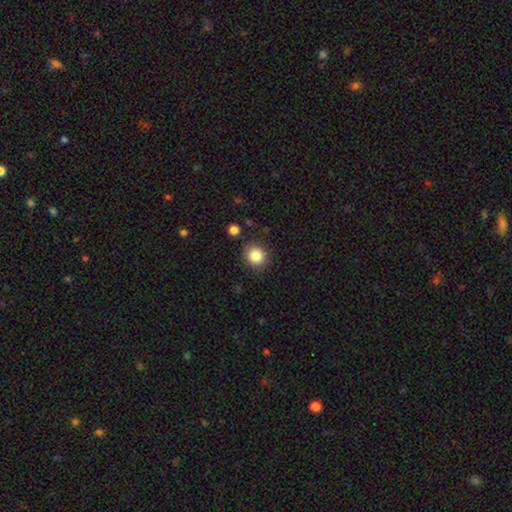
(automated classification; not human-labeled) smooth_or_featured: smooth (p=0.85) [alt: star or artifact p=0.10]
how_rounded: round (p=0.84) [alt: in between p=0.15]
merging: none (p=0.85) [alt: minor disturbance p=0.10]